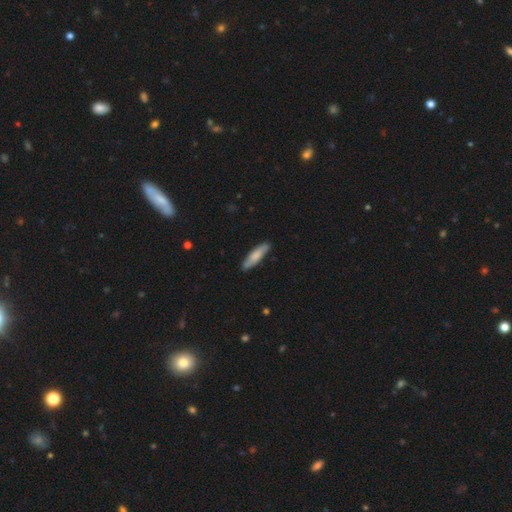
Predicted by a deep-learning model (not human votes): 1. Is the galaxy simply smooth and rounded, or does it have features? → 73% smooth, 21% featured or disk, 5% star or artifact.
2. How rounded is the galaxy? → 70% cigar-shaped, 29% in between, 1% round.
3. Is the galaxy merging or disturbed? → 85% none, 12% minor disturbance, 2% major disturbance, 1% merger.